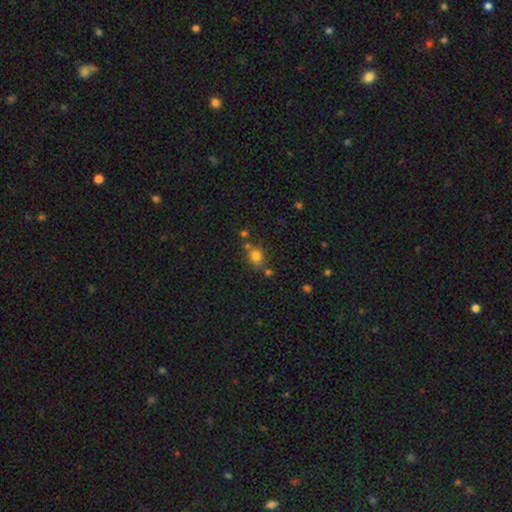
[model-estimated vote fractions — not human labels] smooth-or-featured: smooth: 76% | star or artifact: 15% | featured or disk: 9%
  how-rounded: round: 65% | in between: 33% | cigar-shaped: 1%
  merging: none: 62% | merger: 18% | minor disturbance: 15% | major disturbance: 5%